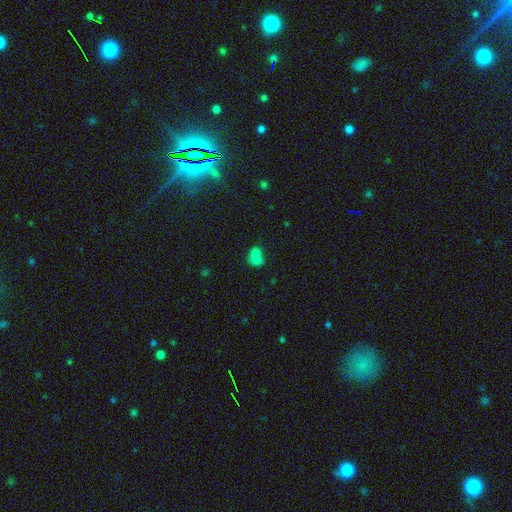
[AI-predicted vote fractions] The model was most divided on "how rounded": in between: 50%, round: 49%, cigar-shaped: 1%. More confident: smooth or featured — smooth (71%); merging — merger (59%).